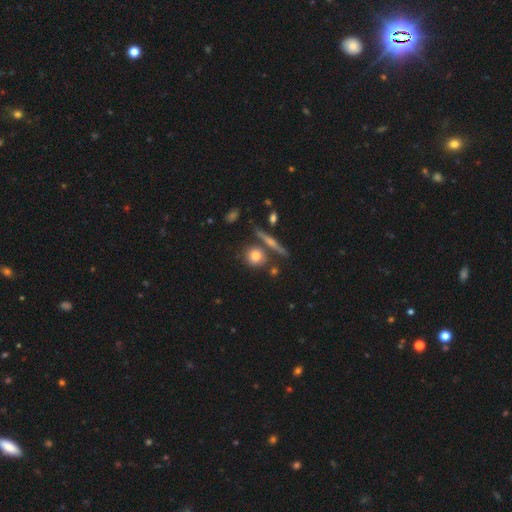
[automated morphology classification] This appears to be a smooth galaxy with no disk features (74%) that is round (82%). Merging: none (71%).